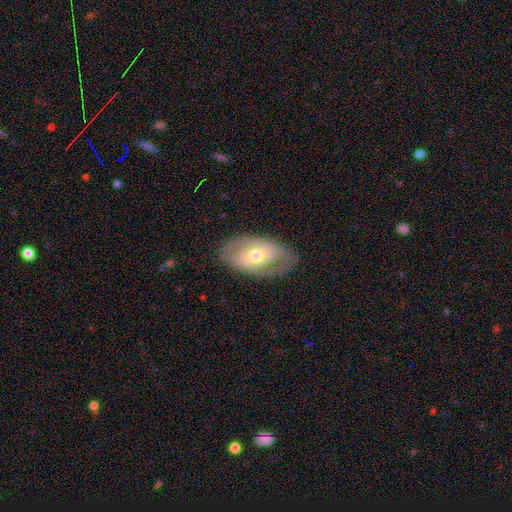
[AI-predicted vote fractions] A featured or disk galaxy (68%) with no bar (53%), spiral arms (71%) and a moderate central bulge (64%).

Vote fractions:
- Smooth or featured? featured or disk: 68% / smooth: 26% / star or artifact: 6%
- Edge-on disk? no: 92% / yes: 8%
- Bar? no: 53% / weak: 32% / strong: 15%
- Spiral arms? yes: 71% / no: 29%
- Bulge size? moderate: 64% / small: 29% / large: 5% / dominant: 1% / none: 1%
- Merging? none: 77% / minor disturbance: 15% / major disturbance: 6% / merger: 1%